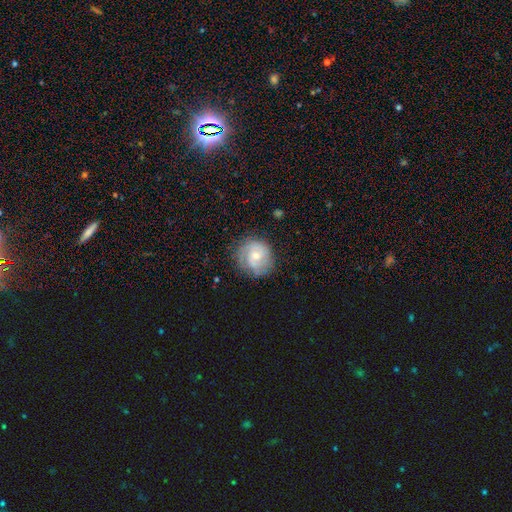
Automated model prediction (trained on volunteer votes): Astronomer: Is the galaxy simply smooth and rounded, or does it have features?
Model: featured or disk — 61%.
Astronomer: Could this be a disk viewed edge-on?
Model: no — 98%.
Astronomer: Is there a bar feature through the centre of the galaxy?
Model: no — 71%.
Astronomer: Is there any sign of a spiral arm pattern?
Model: yes — 83%.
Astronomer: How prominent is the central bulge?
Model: small — 48% (runner-up: moderate, 46%).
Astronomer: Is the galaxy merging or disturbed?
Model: none — 72%.